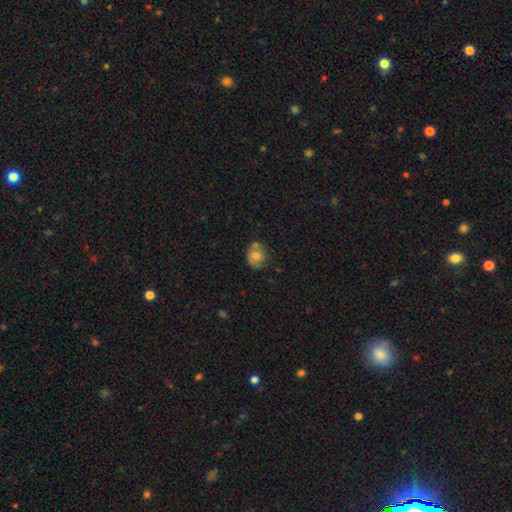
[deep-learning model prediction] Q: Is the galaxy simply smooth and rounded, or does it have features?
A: smooth — 62%.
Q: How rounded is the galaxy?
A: round — 70%.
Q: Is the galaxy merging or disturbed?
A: none — 59%.